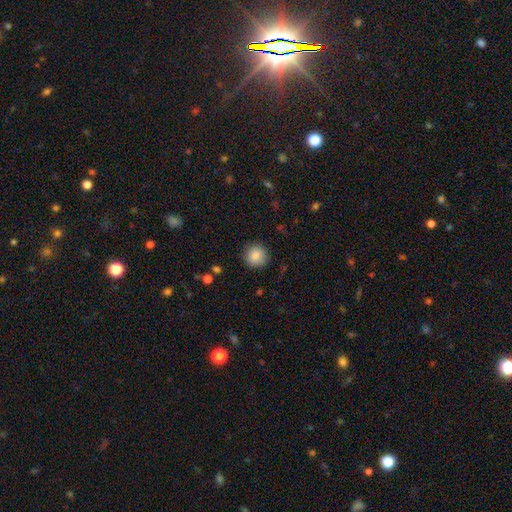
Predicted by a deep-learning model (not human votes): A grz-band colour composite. It shows a smooth galaxy with no disk features (86%) that is round (94%). Merging: none (90%).